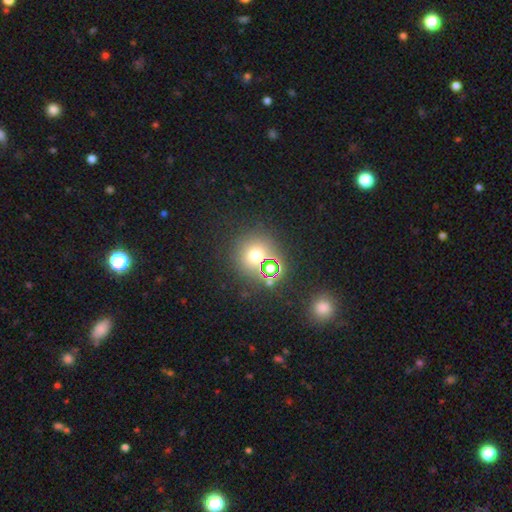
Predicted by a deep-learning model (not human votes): This appears to be a smooth galaxy with no disk features (57%) that is round (89%). Merging: none (75%).